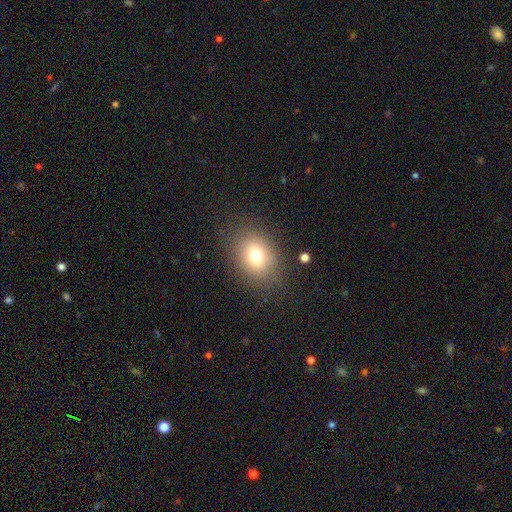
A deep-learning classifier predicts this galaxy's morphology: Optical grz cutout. It shows a smooth galaxy with no disk features (73%) that is in between round and cigar-shaped (51%). Merging: none (83%).